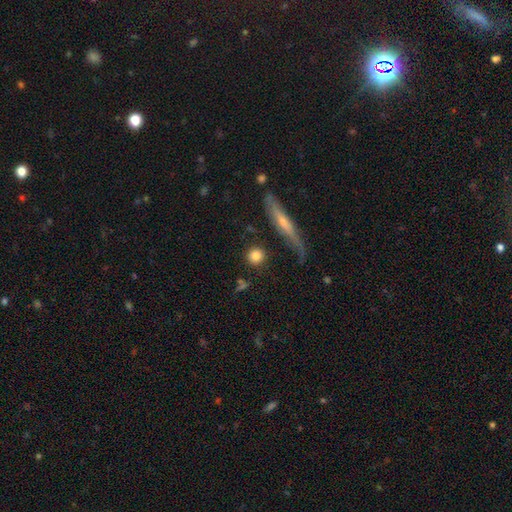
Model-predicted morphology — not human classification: Q: Smooth or featured?
A: smooth (81%); runner-up: featured or disk (11%)
Q: How rounded?
A: round (89%); runner-up: in between (7%)
Q: Merging?
A: none (83%); runner-up: minor disturbance (9%)